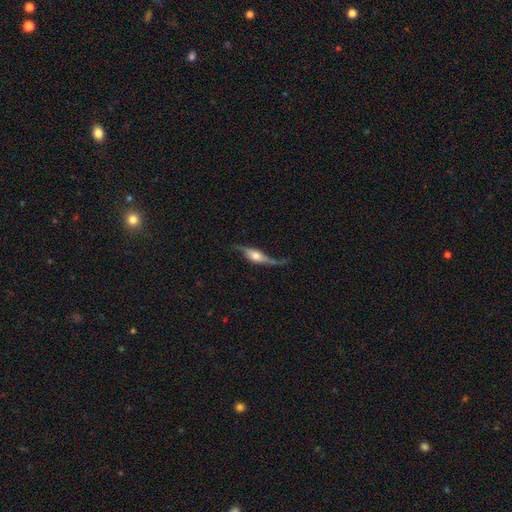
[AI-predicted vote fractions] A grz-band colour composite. It shows a featured or disk galaxy (73%) viewed edge-on (57%). Merging: none (55%).